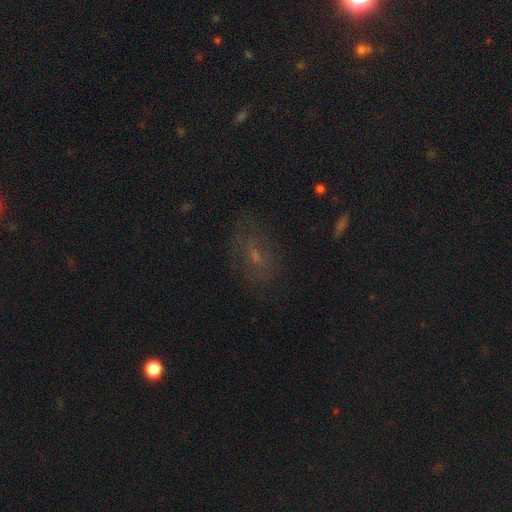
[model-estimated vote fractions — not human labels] A smooth galaxy with no disk features (39%). Merging: none (68%).